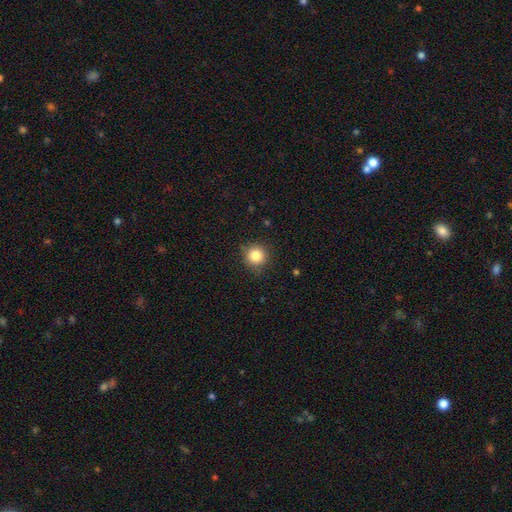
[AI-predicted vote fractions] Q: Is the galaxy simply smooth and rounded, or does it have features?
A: smooth — 84%.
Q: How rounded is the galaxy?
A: round — 94%.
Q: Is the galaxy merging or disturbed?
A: none — 87%.